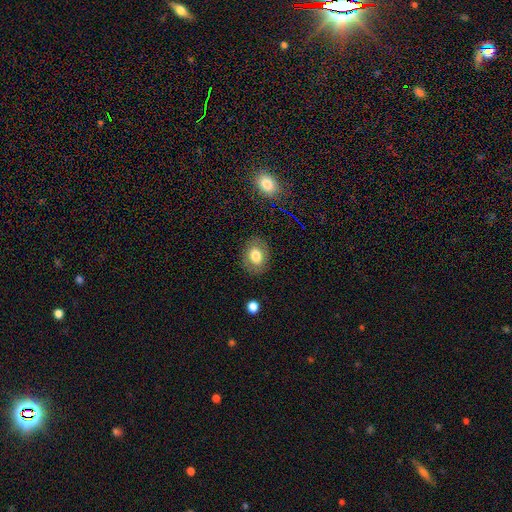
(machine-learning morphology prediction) type=smooth (75%); roundness=in between (64%); merging=none (85%).